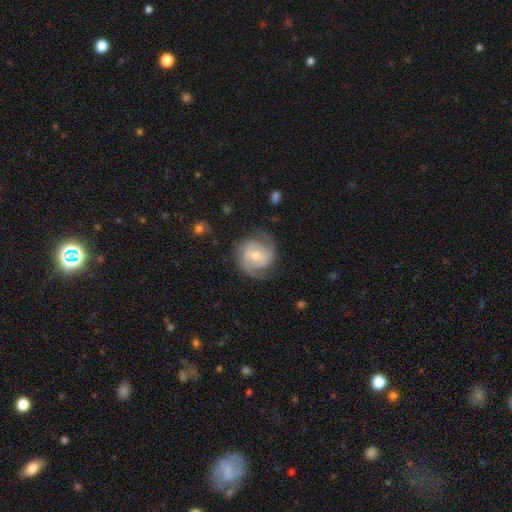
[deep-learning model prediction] smooth_or_featured: featured or disk (p=0.78) [alt: smooth p=0.16]
disk_edge_on: no (p=0.98) [alt: yes p=0.02]
bar: weak (p=0.45) [alt: no p=0.43]
has_spiral_arms: yes (p=0.94) [alt: no p=0.06]
spiral_winding: medium (p=0.46) [alt: tight p=0.38]
spiral_arm_count: 2 (p=0.79) [alt: can't tell p=0.08]
bulge_size: moderate (p=0.62) [alt: small p=0.32]
merging: none (p=0.73) [alt: minor disturbance p=0.18]